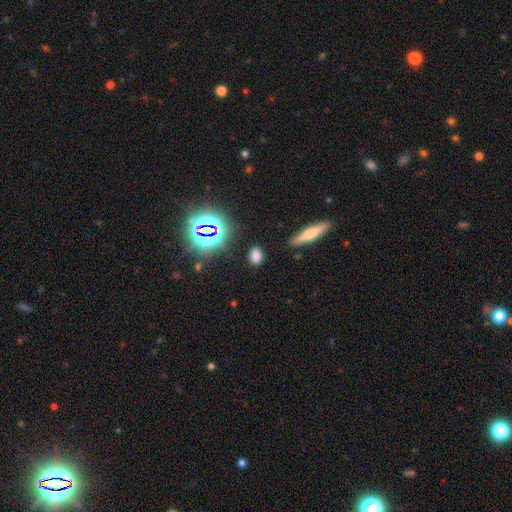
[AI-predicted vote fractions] Smooth or featured? Predicted: smooth (p=0.72). How rounded? Predicted: in between (p=0.78). Merging? Predicted: none (p=0.84).